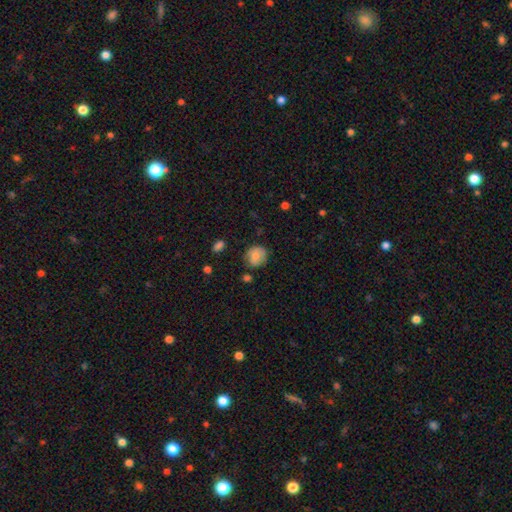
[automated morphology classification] Q: Smooth or featured?
A: smooth (79%); runner-up: featured or disk (12%)
Q: How rounded?
A: round (67%); runner-up: in between (32%)
Q: Merging?
A: none (65%); runner-up: minor disturbance (24%)